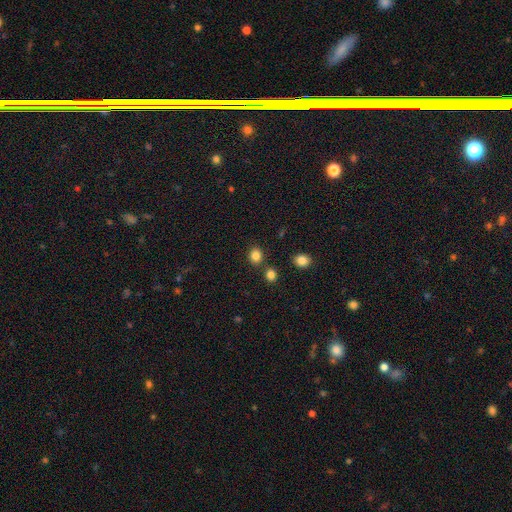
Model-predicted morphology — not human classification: smooth 84%, star or artifact 12%, featured or disk 4%. Down the decision tree: how rounded — round (69%); merging — none (79%).